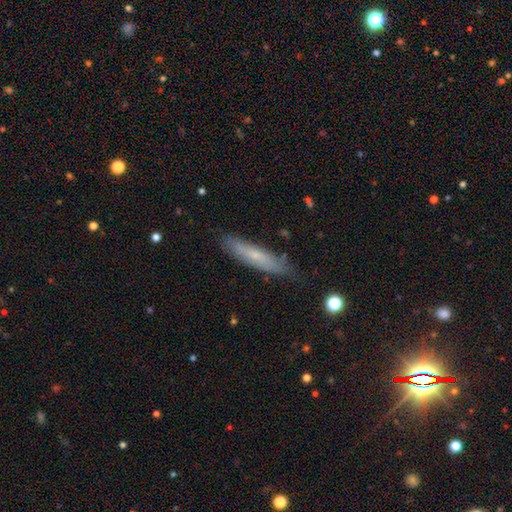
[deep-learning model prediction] smooth-or-featured: smooth: 55% | featured or disk: 38% | star or artifact: 7%
  how-rounded: cigar-shaped: 85% | in between: 13% | round: 2%
  merging: none: 78% | minor disturbance: 17% | major disturbance: 3% | merger: 2%